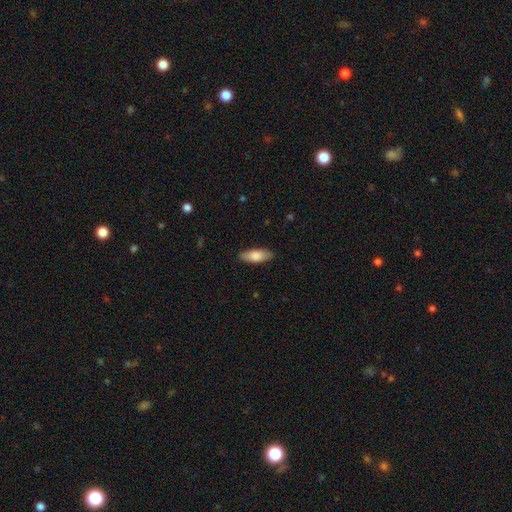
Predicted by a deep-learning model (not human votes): Smooth or featured?
  - smooth: 80% *
  - featured or disk: 14%
  - star or artifact: 6%
How rounded?
  - in between: 73% *
  - cigar-shaped: 25%
  - round: 2%
Merging?
  - none: 87% *
  - minor disturbance: 10%
  - major disturbance: 2%
  - merger: 1%